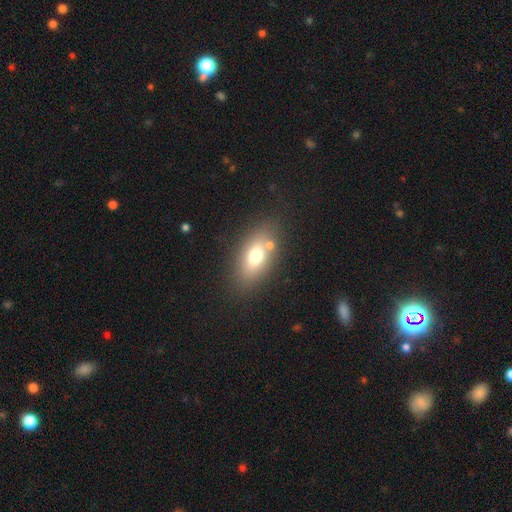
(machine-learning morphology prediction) Q: Smooth or featured?
A: smooth (69%); runner-up: featured or disk (19%)
Q: How rounded?
A: in between (83%); runner-up: round (12%)
Q: Merging?
A: none (71%); runner-up: minor disturbance (12%)